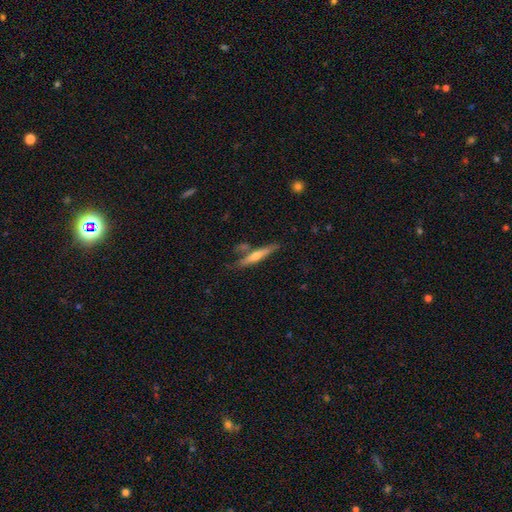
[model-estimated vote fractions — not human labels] Morphology: type=featured or disk (58%); edge-on=yes (95%); edge-on bulge=rounded (79%); merging=none (70%).